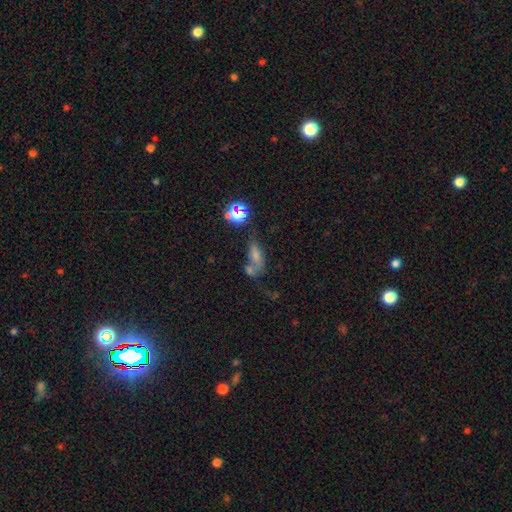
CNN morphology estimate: This appears to be a smooth galaxy with no disk features (55%) that is in between round and cigar-shaped (70%). Merging: merger (36%).